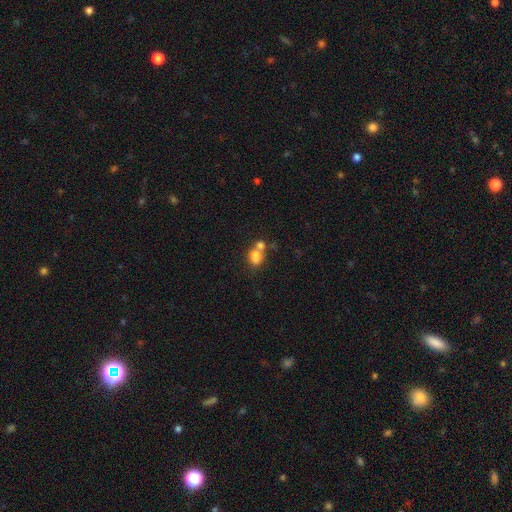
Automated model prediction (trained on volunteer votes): Smooth or featured? smooth (76%)
How rounded? in between (51%)
Merging? merger (55%)